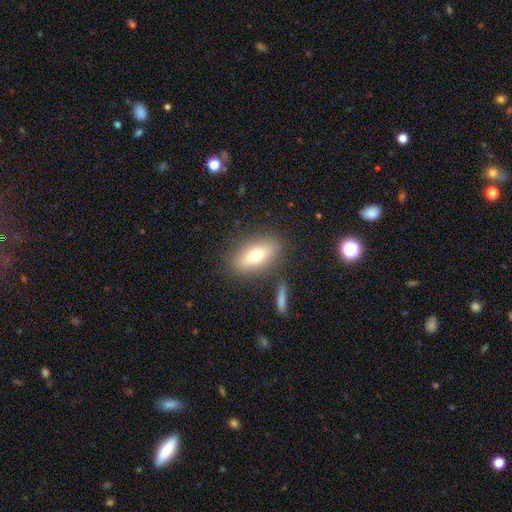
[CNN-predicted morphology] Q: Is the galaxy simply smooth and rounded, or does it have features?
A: smooth — 69%.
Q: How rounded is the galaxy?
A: in between — 81%.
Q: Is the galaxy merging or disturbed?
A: none — 80%.